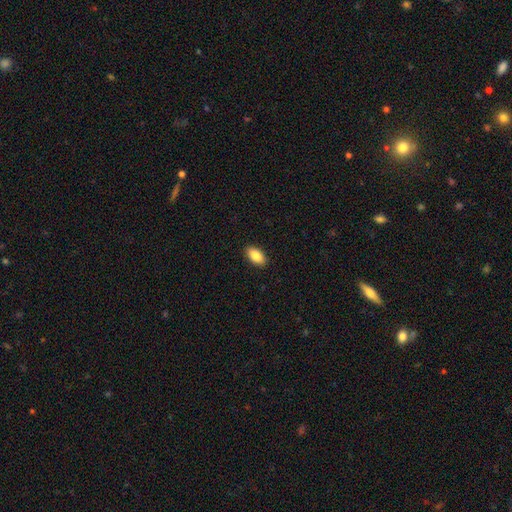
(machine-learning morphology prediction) Smooth or featured? smooth (87%)
How rounded? in between (93%)
Merging? none (90%)